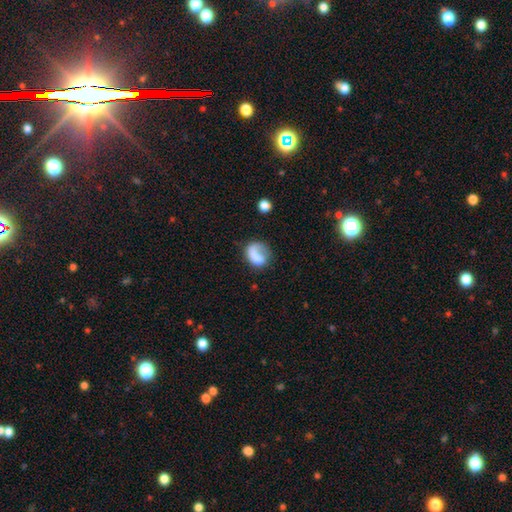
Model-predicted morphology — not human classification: The model was most divided on "how rounded": round: 53%, in between: 46%, cigar-shaped: 2%. Remaining: smooth or featured — smooth (63%); merging — none (43%).